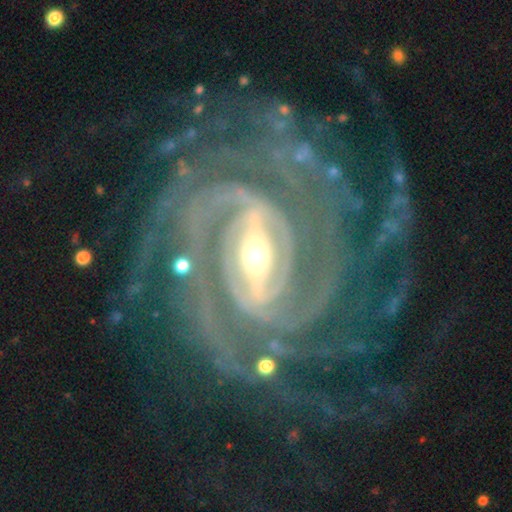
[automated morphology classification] Q: Smooth or featured?
A: featured or disk (94%); runner-up: star or artifact (4%)
Q: Edge-on disk?
A: no (97%); runner-up: yes (3%)
Q: Bar?
A: strong (69%); runner-up: weak (23%)
Q: Spiral arms?
A: yes (99%); runner-up: no (1%)
Q: Spiral winding?
A: tight (71%); runner-up: medium (24%)
Q: Spiral arm count?
A: 2 (22%); runner-up: 4 (21%)
Q: Bulge size?
A: moderate (49%); runner-up: small (43%)
Q: Merging?
A: none (70%); runner-up: minor disturbance (16%)